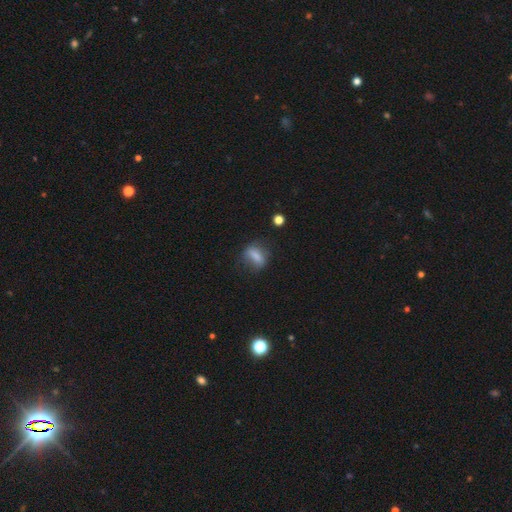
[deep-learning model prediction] Smooth or featured? smooth (71%)
How rounded? in between (66%)
Merging? none (63%)